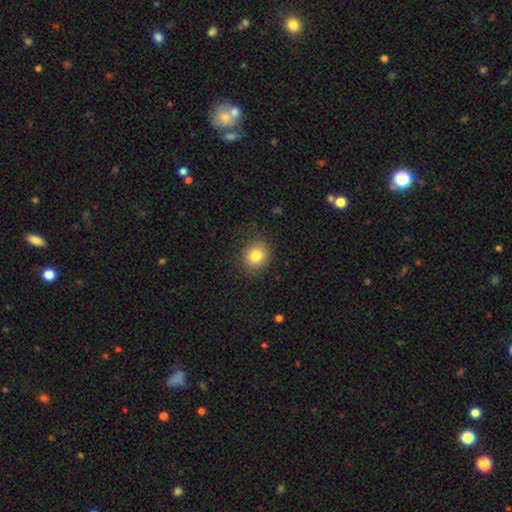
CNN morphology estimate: A smooth galaxy with no disk features (81%) that is round (82%).

Vote fractions:
- Smooth or featured? smooth: 81% / star or artifact: 11% / featured or disk: 8%
- How rounded? round: 82% / in between: 17% / cigar-shaped: 1%
- Merging? none: 85% / minor disturbance: 11% / major disturbance: 4% / merger: 1%